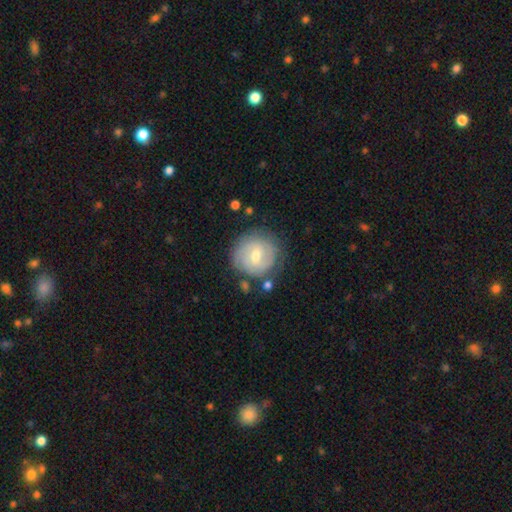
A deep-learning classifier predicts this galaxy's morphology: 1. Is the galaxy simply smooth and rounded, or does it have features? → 57% featured or disk, 36% smooth, 7% star or artifact.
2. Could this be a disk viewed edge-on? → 97% no, 3% yes.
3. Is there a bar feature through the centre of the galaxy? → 55% weak, 33% no, 12% strong.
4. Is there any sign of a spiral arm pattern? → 77% yes, 23% no.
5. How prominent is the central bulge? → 60% moderate, 35% small, 3% large, 1% none, 1% dominant.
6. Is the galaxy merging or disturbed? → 73% none, 16% minor disturbance, 7% major disturbance, 4% merger.